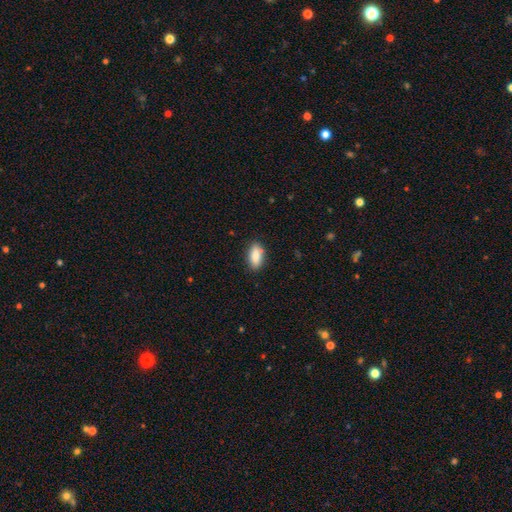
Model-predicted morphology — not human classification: A smooth galaxy with no disk features (86%) that is in between round and cigar-shaped (87%). Merging: none (83%).